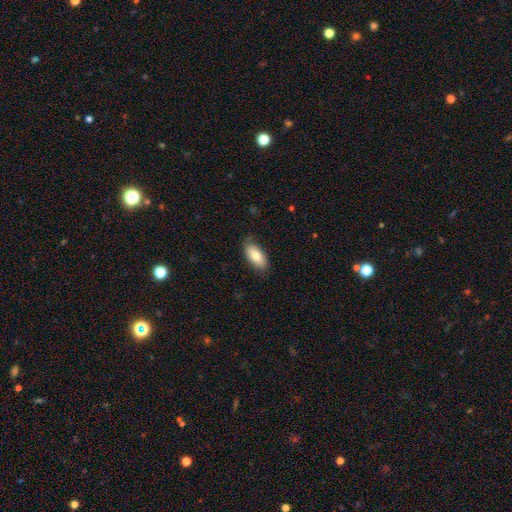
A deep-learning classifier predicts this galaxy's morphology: A smooth galaxy with no disk features (76%) that is in between round and cigar-shaped (90%).

Vote fractions:
- Smooth or featured? smooth: 76% / featured or disk: 18% / star or artifact: 6%
- How rounded? in between: 90% / cigar-shaped: 7% / round: 3%
- Merging? none: 78% / minor disturbance: 18% / major disturbance: 3% / merger: 1%